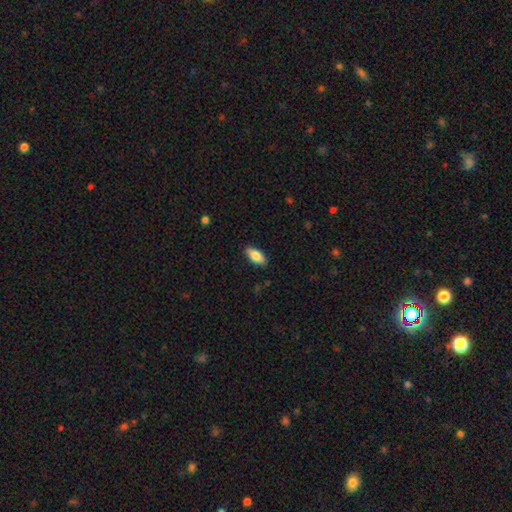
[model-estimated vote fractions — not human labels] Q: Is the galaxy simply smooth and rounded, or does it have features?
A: smooth — 81%.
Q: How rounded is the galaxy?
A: in between — 83%.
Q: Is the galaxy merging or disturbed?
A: none — 88%.